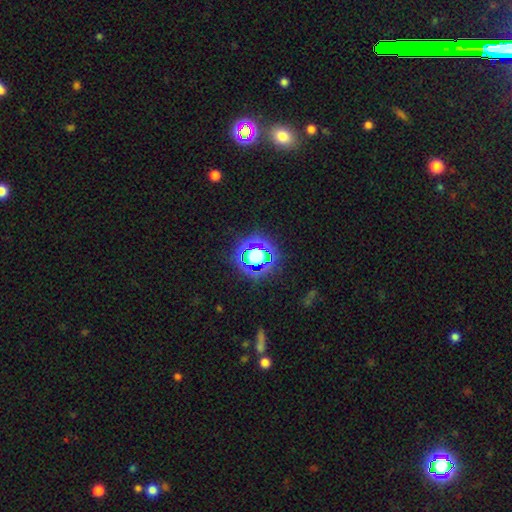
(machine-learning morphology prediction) star or artifact 60%, smooth 25%, featured or disk 14%.